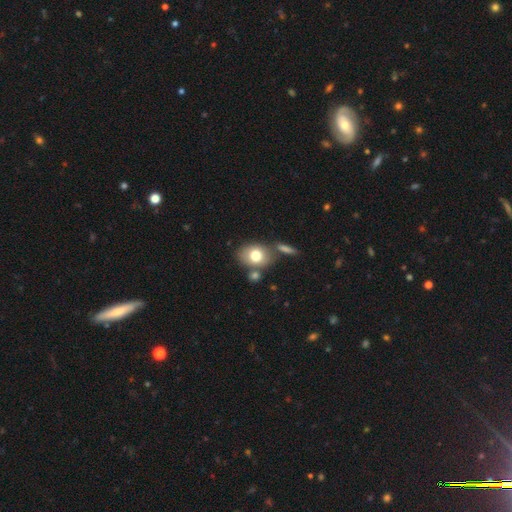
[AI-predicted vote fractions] This is likely a smooth galaxy (75%). How rounded: likely in between (63%). Merging: likely none (61%).